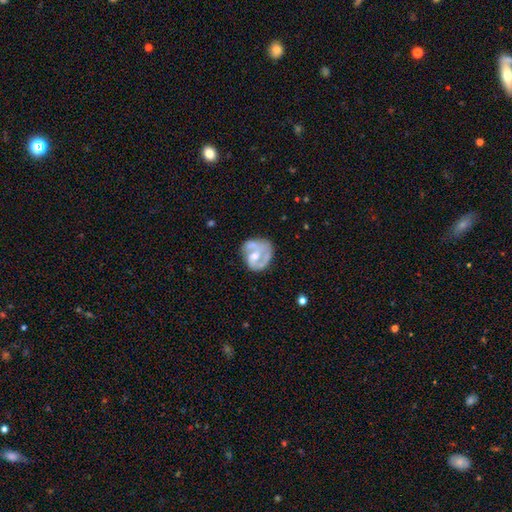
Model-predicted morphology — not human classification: A featured or disk galaxy (67%) with no bar (63%), spiral arms (67%) and a moderate central bulge (53%).

Vote fractions:
- Smooth or featured? featured or disk: 67% / smooth: 27% / star or artifact: 6%
- Edge-on disk? no: 98% / yes: 2%
- Bar? no: 63% / weak: 30% / strong: 7%
- Spiral arms? yes: 67% / no: 33%
- Bulge size? moderate: 53% / small: 28% / none: 10% / large: 7% / dominant: 1%
- Merging? none: 46% / minor disturbance: 25% / major disturbance: 21% / merger: 8%